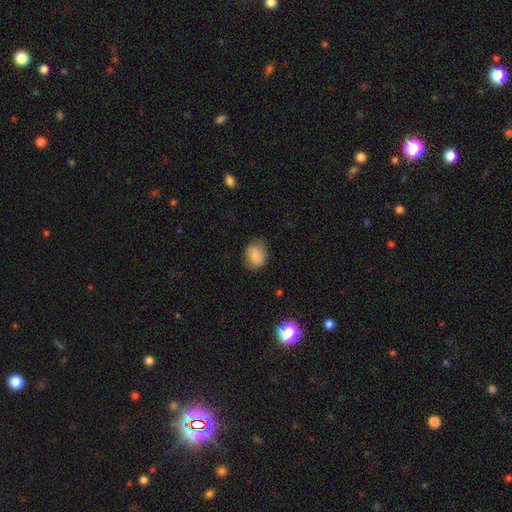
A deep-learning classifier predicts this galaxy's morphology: This is clearly a smooth galaxy (84%). How rounded: possibly in between (57%). Merging: likely none (74%).